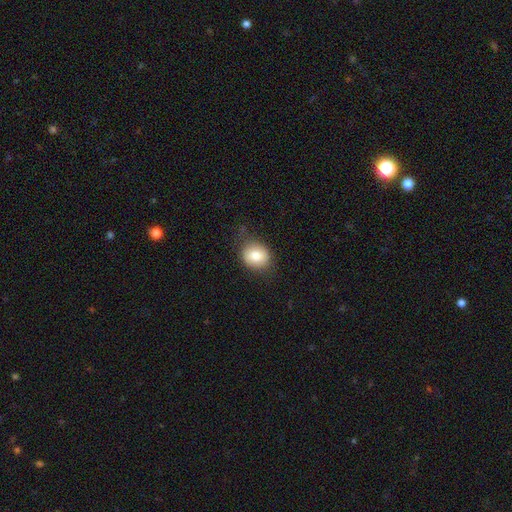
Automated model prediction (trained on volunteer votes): The model was most divided on "how rounded": round: 67%, in between: 32%, cigar-shaped: 1%. More confident: smooth or featured — smooth (81%); merging — none (76%).